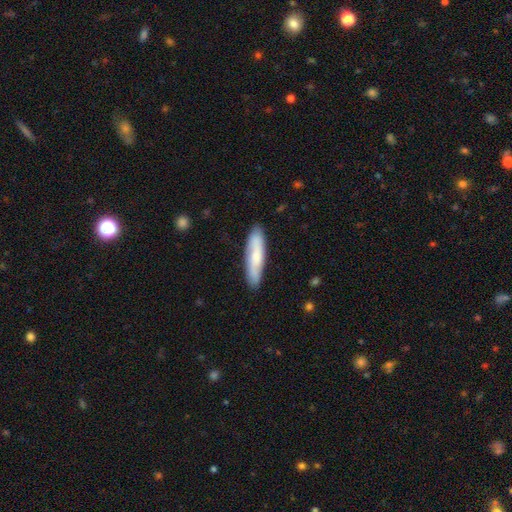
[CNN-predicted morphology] This appears to be a smooth galaxy with no disk features (67%) that is cigar-shaped (79%). Merging: none (86%).